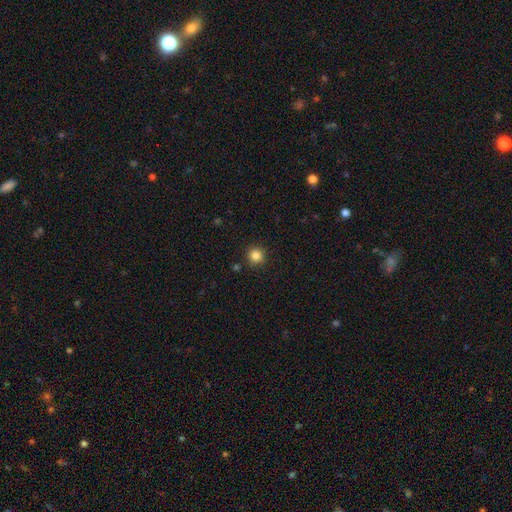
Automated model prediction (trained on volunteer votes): Smooth or featured? smooth (84%)
How rounded? round (94%)
Merging? none (90%)